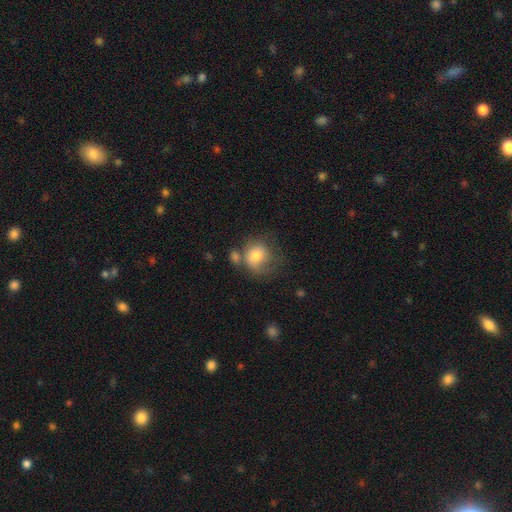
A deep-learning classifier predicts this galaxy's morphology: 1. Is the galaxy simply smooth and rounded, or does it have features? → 72% smooth, 20% featured or disk, 8% star or artifact.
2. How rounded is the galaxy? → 77% round, 22% in between, 1% cigar-shaped.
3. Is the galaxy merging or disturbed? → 41% none, 21% minor disturbance, 20% merger, 17% major disturbance.